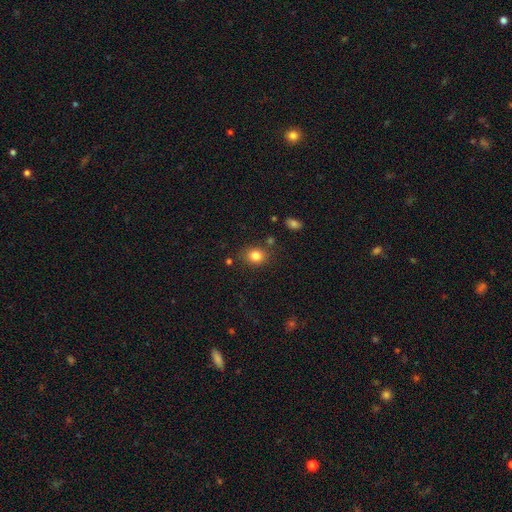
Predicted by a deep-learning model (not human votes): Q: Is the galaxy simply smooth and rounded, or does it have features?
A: smooth — 82%.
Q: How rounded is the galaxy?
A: round — 60%.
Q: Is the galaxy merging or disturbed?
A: none — 80%.